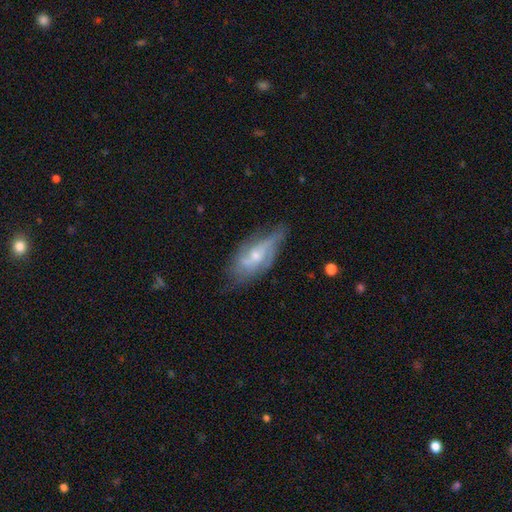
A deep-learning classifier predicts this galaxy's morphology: The model was most divided on "bulge size": small: 49%, moderate: 43%, none: 4%, large: 3%, dominant: 1%. Remaining: edge-on disk — no (88%); spiral arms — yes (84%); smooth or featured — featured or disk (71%); bar — no (60%); merging — none (54%); spiral arm count — 2 (45%); spiral winding — medium (44%).